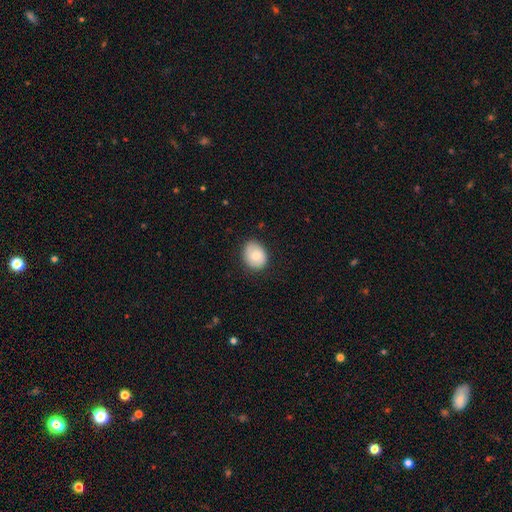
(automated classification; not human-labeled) This is likely a smooth galaxy (79%). How rounded: possibly in between (54%). Merging: clearly none (80%).